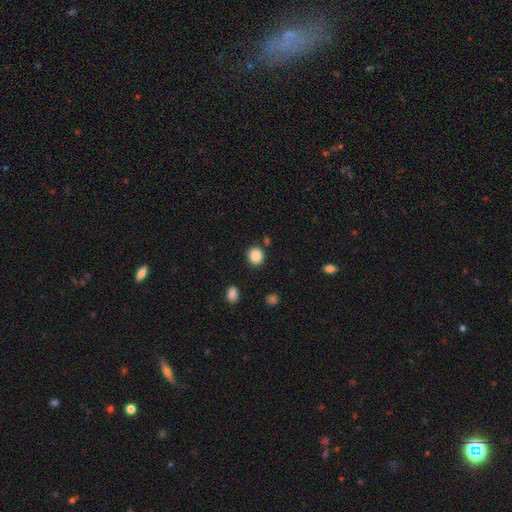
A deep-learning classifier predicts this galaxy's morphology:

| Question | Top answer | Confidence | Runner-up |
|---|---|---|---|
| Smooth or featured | smooth | 88% | star or artifact (9%) |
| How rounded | round | 83% | in between (16%) |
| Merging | none | 84% | minor disturbance (8%) |